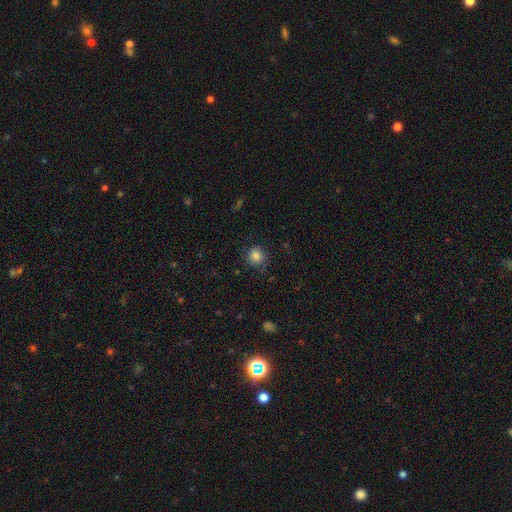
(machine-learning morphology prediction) A smooth galaxy with no disk features (83%) that is round (89%). Merging: none (82%).